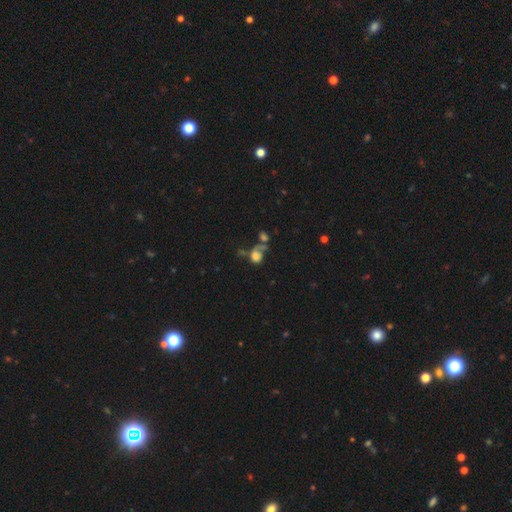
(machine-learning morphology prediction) This appears to be a smooth galaxy with no disk features (65%) that is round (62%). Merging: merger (36%).